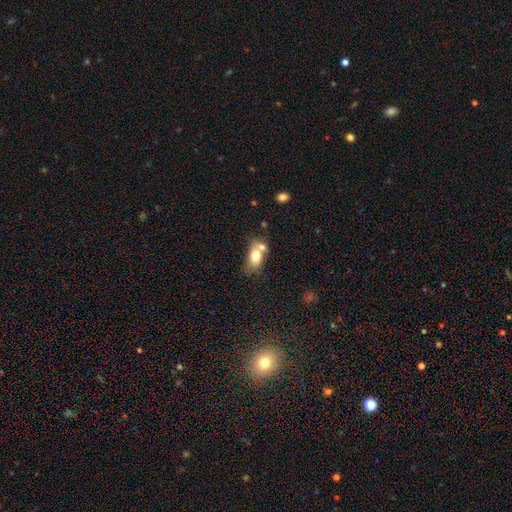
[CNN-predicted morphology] A smooth galaxy with no disk features (72%) that is in between round and cigar-shaped (79%). Merging: merger (53%).